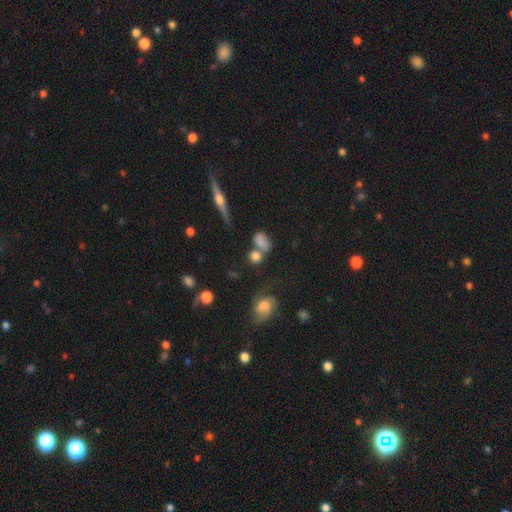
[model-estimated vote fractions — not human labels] A smooth galaxy with no disk features (76%) that is round (52%). Merging: none (43%).